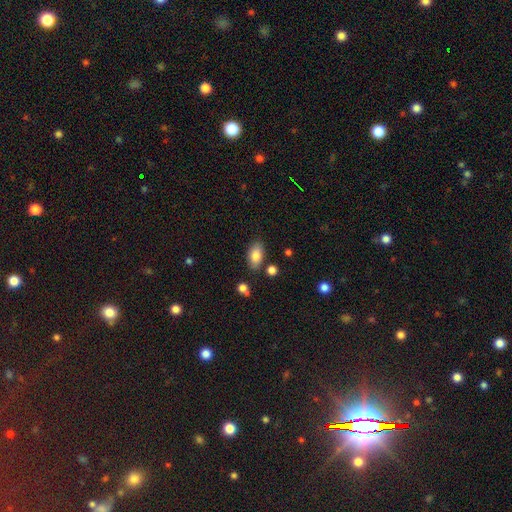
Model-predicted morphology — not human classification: Smooth or featured? smooth (82%)
How rounded? in between (92%)
Merging? none (80%)